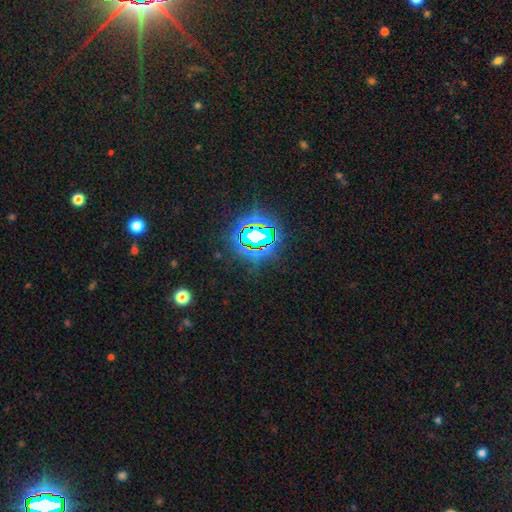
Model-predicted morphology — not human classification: This appears to be a star or artifact, not a galaxy (81%).